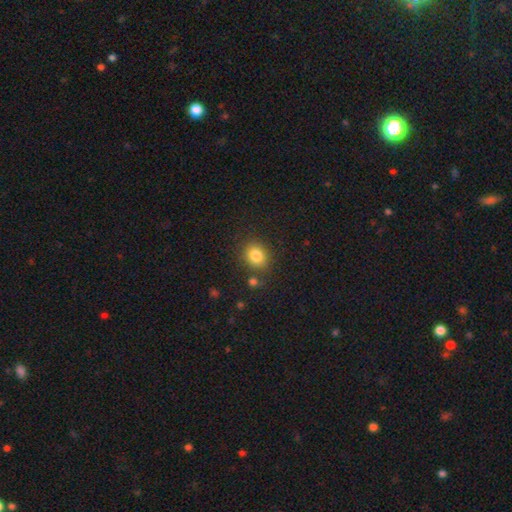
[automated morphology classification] Overall: smooth (82%). How rounded: round (66%; in between 34%). Merging: none (81%).